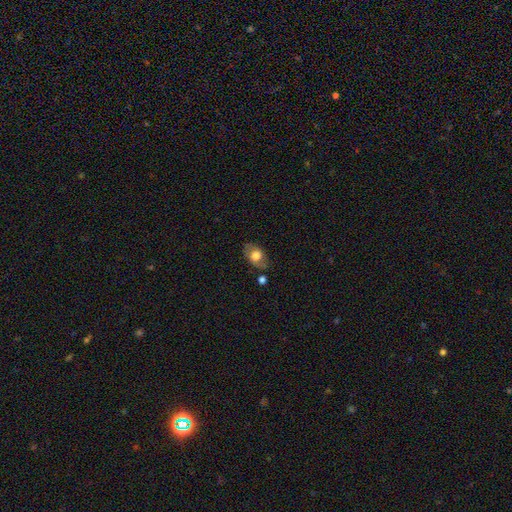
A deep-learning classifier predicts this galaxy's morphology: smooth-or-featured: smooth: 63% | featured or disk: 29% | star or artifact: 8%
  how-rounded: in between: 80% | round: 18% | cigar-shaped: 2%
  merging: none: 69% | minor disturbance: 20% | major disturbance: 6% | merger: 4%